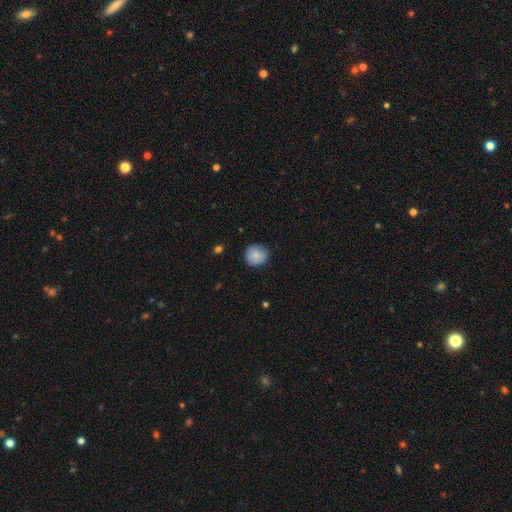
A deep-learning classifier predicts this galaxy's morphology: Q: Smooth or featured?
A: smooth (83%); runner-up: featured or disk (10%)
Q: How rounded?
A: round (92%); runner-up: in between (7%)
Q: Merging?
A: none (85%); runner-up: minor disturbance (12%)